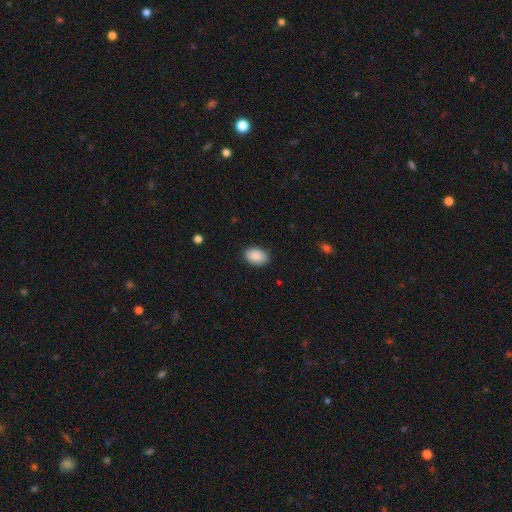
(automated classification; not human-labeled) A smooth galaxy with no disk features (90%) that is in between round and cigar-shaped (88%). Merging: none (85%).